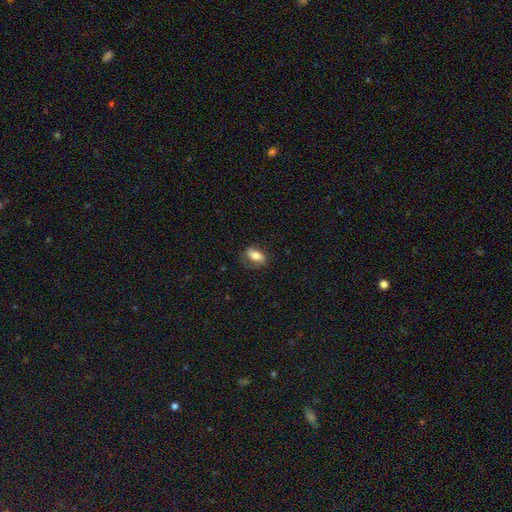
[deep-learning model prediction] Q: Smooth or featured?
A: smooth (72%); runner-up: featured or disk (20%)
Q: How rounded?
A: in between (86%); runner-up: round (8%)
Q: Merging?
A: none (70%); runner-up: minor disturbance (21%)